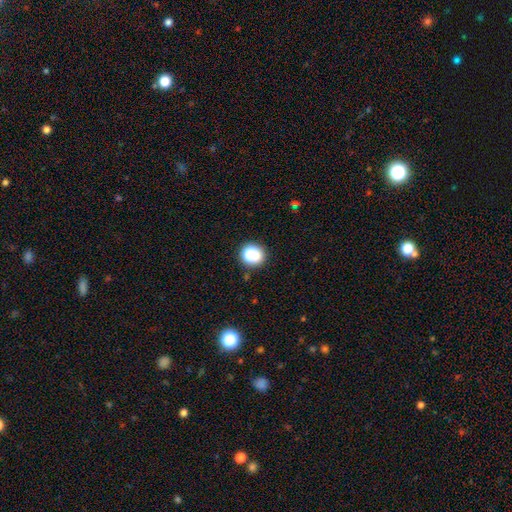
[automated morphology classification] Q: Smooth or featured?
A: smooth (75%); runner-up: star or artifact (16%)
Q: How rounded?
A: round (83%); runner-up: in between (15%)
Q: Merging?
A: none (79%); runner-up: minor disturbance (11%)